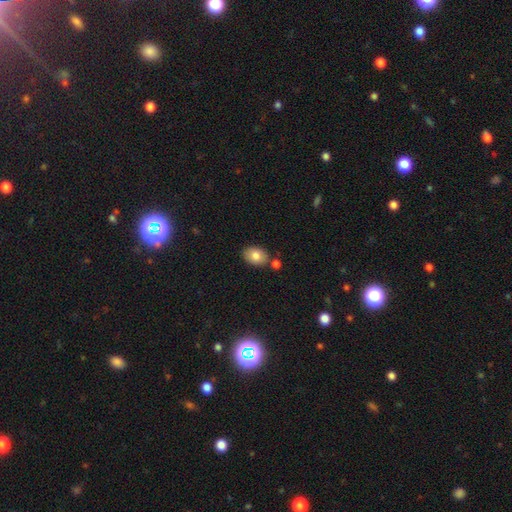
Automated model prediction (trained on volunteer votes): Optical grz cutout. It shows a smooth galaxy with no disk features (81%) that is in between round and cigar-shaped (82%). Merging: none (75%).